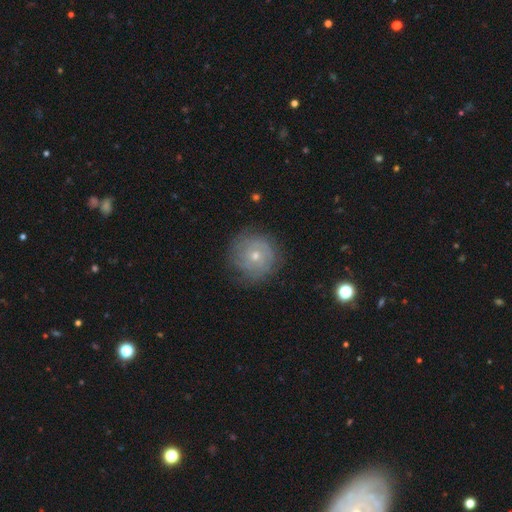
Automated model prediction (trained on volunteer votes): Smooth or featured: featured or disk — 64% (smooth — 27%)
Edge-on disk: no — 97% (yes — 3%)
Bar: no — 81% (weak — 16%)
Spiral arms: yes — 82% (no — 18%)
Spiral winding: tight — 73% (medium — 20%)
Spiral arm count: can't tell — 49% (2 — 19%)
Bulge size: small — 53% (moderate — 43%)
Merging: none — 78% (minor disturbance — 15%)